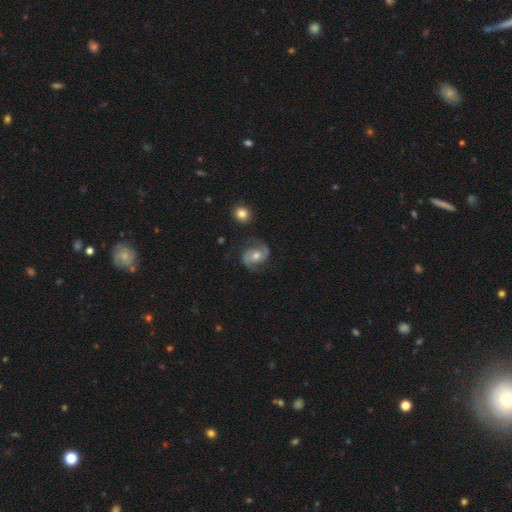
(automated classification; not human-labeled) Smooth or featured? featured or disk (86%)
Edge-on disk? no (98%)
Bar? no (61%)
Spiral arms? yes (97%)
Spiral winding? medium (54%)
Spiral arm count? 2 (92%)
Bulge size? moderate (70%)
Merging? none (78%)